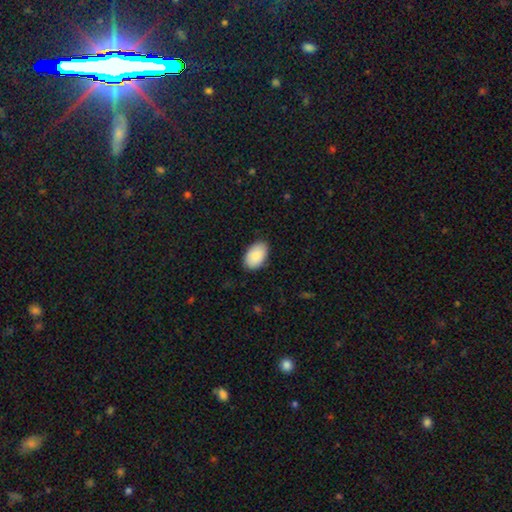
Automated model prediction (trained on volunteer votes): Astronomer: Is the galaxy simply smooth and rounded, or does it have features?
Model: smooth — 90%.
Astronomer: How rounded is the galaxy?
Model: in between — 93%.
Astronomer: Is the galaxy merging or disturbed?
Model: none — 85%.